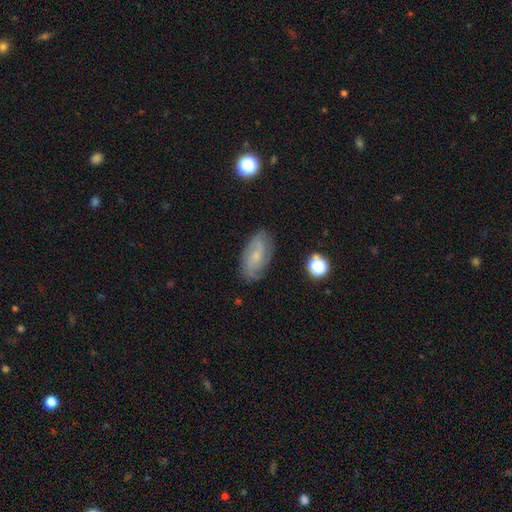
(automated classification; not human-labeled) smooth_or_featured: featured or disk (p=0.62) [alt: smooth p=0.29]
disk_edge_on: no (p=0.94) [alt: yes p=0.06]
bar: no (p=0.60) [alt: weak p=0.34]
has_spiral_arms: yes (p=0.88) [alt: no p=0.12]
spiral_winding: tight (p=0.43) [alt: medium p=0.40]
spiral_arm_count: 2 (p=0.46) [alt: can't tell p=0.34]
bulge_size: small (p=0.72) [alt: moderate p=0.18]
merging: none (p=0.77) [alt: minor disturbance p=0.17]